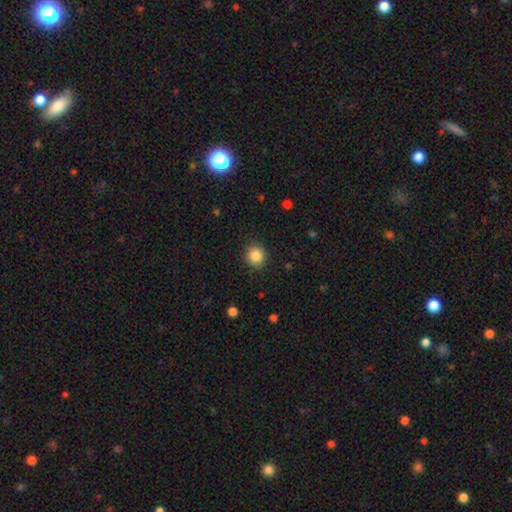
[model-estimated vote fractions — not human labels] This is clearly a smooth galaxy (87%). How rounded: clearly round (89%). Merging: clearly none (89%).